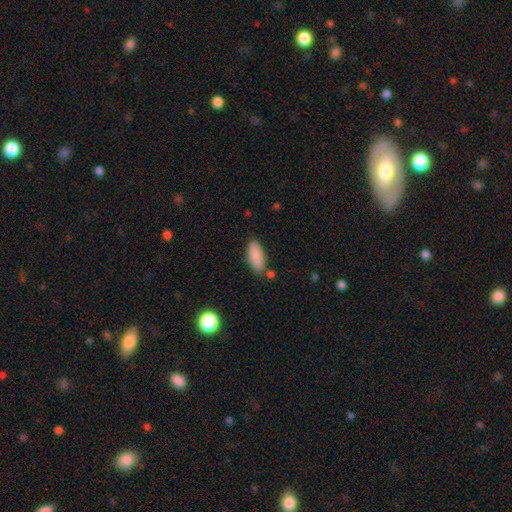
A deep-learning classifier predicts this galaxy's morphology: The model was most divided on "merging": none: 76%, minor disturbance: 15%, merger: 6%, major disturbance: 3%. More confident: smooth or featured — smooth (88%); how rounded — in between (80%).